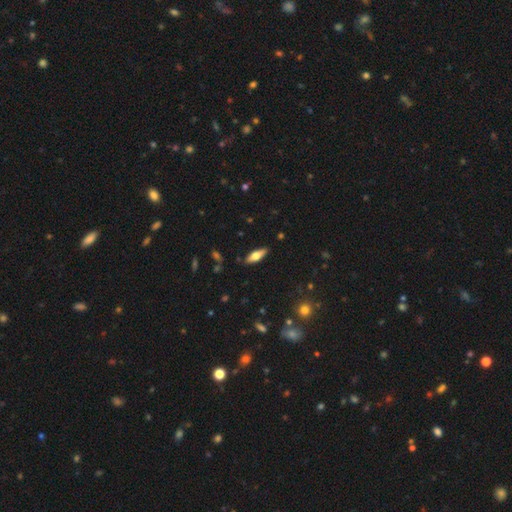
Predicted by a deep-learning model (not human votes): Smooth or featured: smooth — 55% (featured or disk — 39%)
How rounded: in between — 56% (cigar-shaped — 42%)
Merging: none — 87% (minor disturbance — 10%)